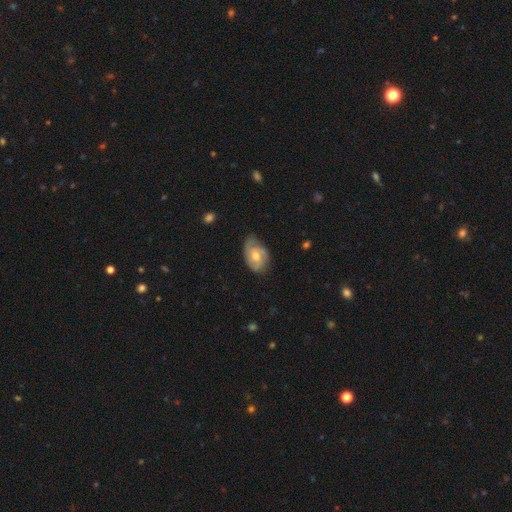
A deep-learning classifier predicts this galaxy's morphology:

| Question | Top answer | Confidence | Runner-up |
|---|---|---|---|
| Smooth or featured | featured or disk | 66% | smooth (27%) |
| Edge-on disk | no | 96% | yes (4%) |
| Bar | no | 66% | weak (29%) |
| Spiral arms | yes | 89% | no (11%) |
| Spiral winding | tight | 47% | medium (39%) |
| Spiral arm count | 2 | 44% | can't tell (24%) |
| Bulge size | moderate | 70% | small (22%) |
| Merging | none | 65% | minor disturbance (27%) |